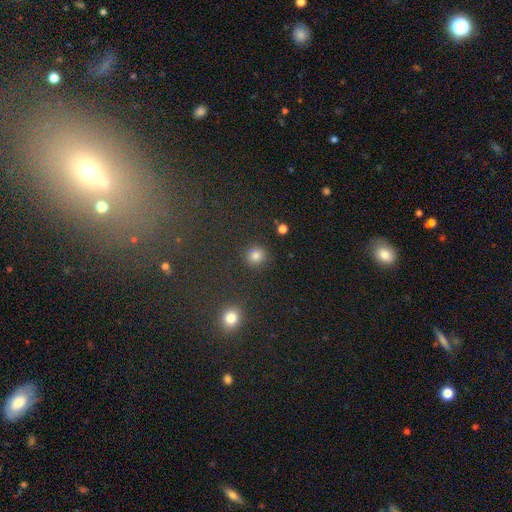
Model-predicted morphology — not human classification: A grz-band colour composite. It shows a smooth galaxy with no disk features (82%) that is round (92%). Merging: none (88%).